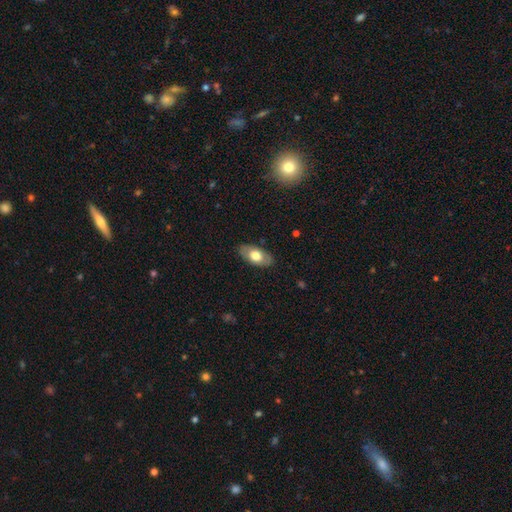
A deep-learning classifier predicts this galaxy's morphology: Q: Smooth or featured?
A: smooth (65%); runner-up: featured or disk (29%)
Q: How rounded?
A: in between (93%); runner-up: round (4%)
Q: Merging?
A: none (85%); runner-up: minor disturbance (11%)